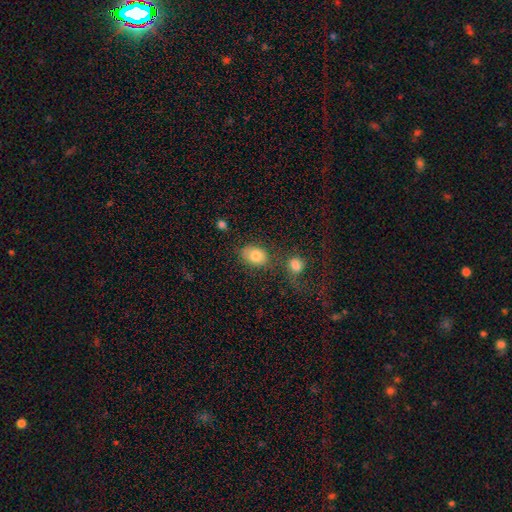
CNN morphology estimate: smooth 81%, featured or disk 10%, star or artifact 9%. Down the decision tree: how rounded — in between (72%); merging — none (62%).